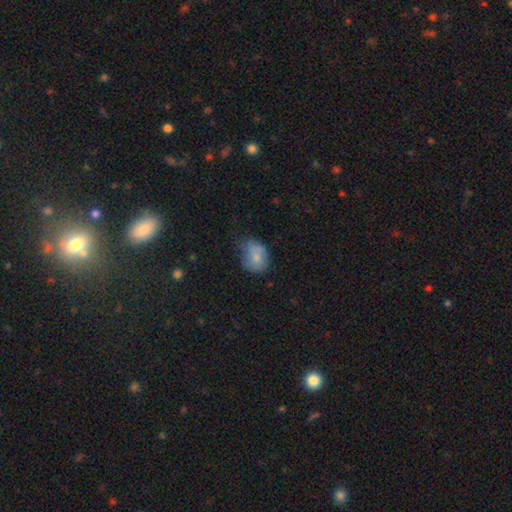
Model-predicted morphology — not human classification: A smooth galaxy with no disk features (75%) that is in between round and cigar-shaped (52%). Merging: minor disturbance (40%).